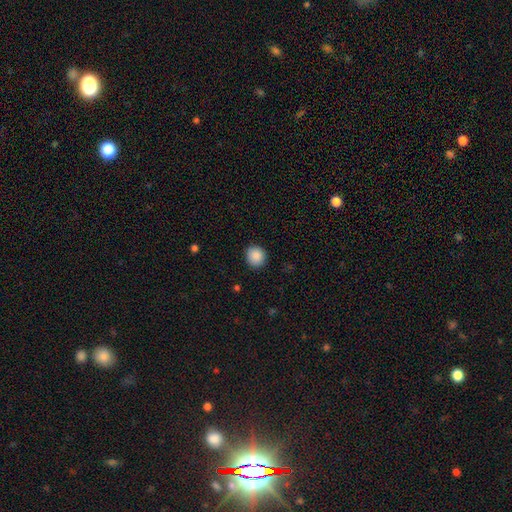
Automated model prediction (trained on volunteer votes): A smooth galaxy with no disk features (88%) that is round (84%).

Vote fractions:
- Smooth or featured? smooth: 88% / star or artifact: 8% / featured or disk: 3%
- How rounded? round: 84% / in between: 15% / cigar-shaped: 1%
- Merging? none: 90% / minor disturbance: 7% / major disturbance: 2% / merger: 1%